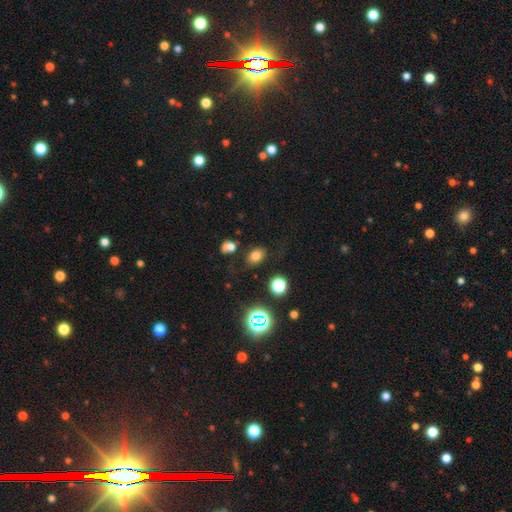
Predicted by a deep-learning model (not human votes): This appears to be a smooth galaxy with no disk features (73%) that is in between round and cigar-shaped (73%). Merging: none (77%).